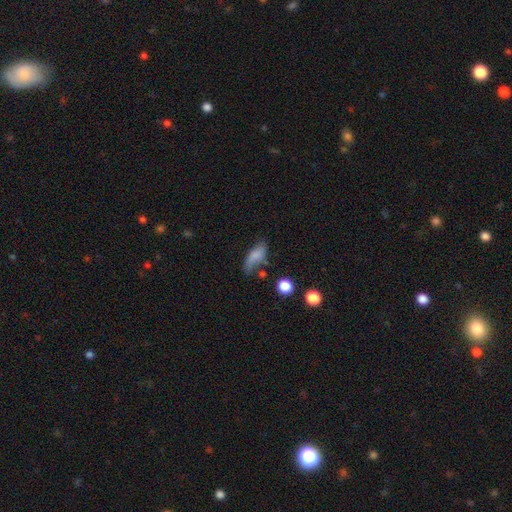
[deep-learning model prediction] Q: Smooth or featured?
A: smooth (71%); runner-up: featured or disk (20%)
Q: How rounded?
A: in between (79%); runner-up: cigar-shaped (16%)
Q: Merging?
A: none (45%); runner-up: minor disturbance (31%)